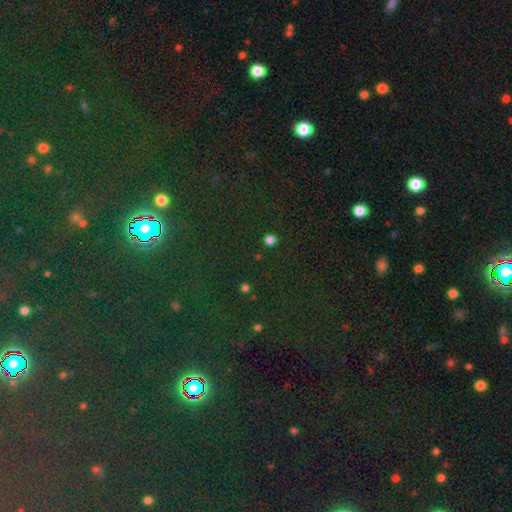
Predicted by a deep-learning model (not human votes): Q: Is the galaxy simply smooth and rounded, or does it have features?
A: star or artifact — 78%.